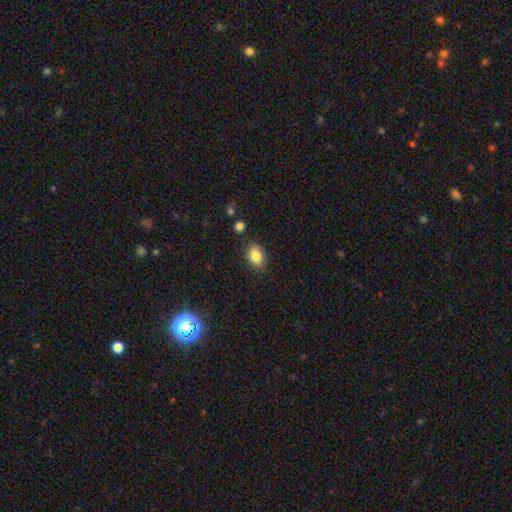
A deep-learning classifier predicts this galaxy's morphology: smooth-or-featured: smooth: 84% | star or artifact: 9% | featured or disk: 7%
  how-rounded: in between: 76% | round: 23% | cigar-shaped: 1%
  merging: none: 82% | minor disturbance: 13% | merger: 3% | major disturbance: 3%